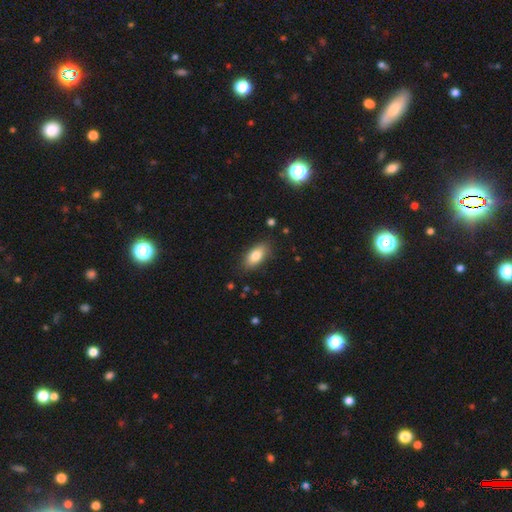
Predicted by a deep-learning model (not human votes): Smooth or featured: smooth — 82% (featured or disk — 11%)
How rounded: in between — 88% (cigar-shaped — 8%)
Merging: none — 85% (minor disturbance — 11%)